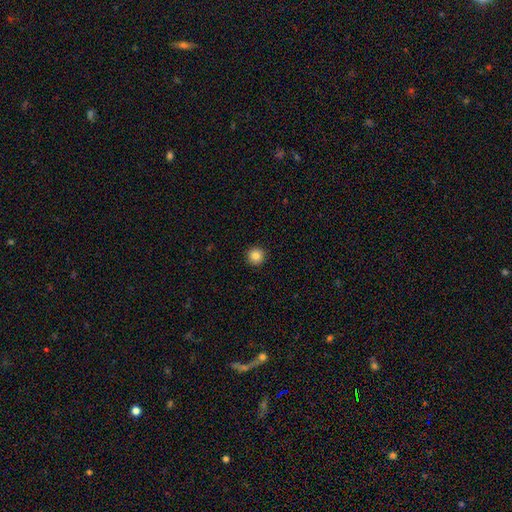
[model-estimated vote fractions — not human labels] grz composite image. It shows a smooth galaxy with no disk features (85%) that is round (96%). Merging: none (94%).